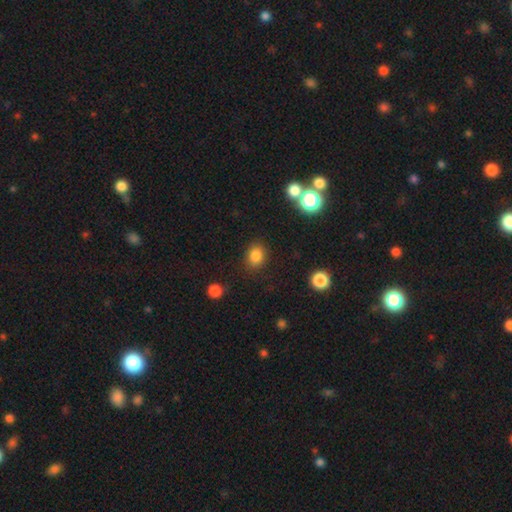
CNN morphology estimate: The model was most divided on "how rounded": in between: 50%, round: 49%, cigar-shaped: 1%. More confident: merging — none (84%); smooth or featured — smooth (83%).